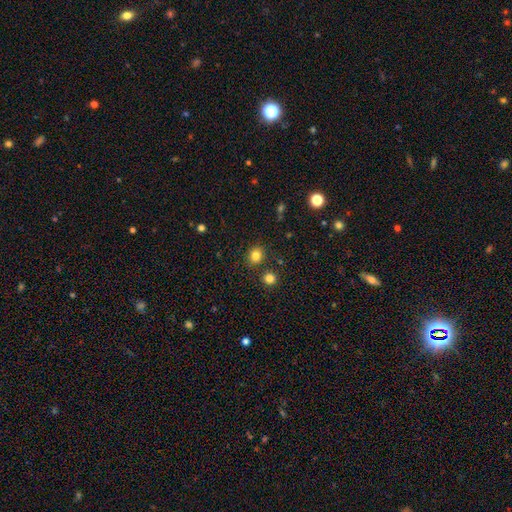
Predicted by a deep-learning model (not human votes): A smooth galaxy with no disk features (82%) that is round (77%). Merging: none (85%).